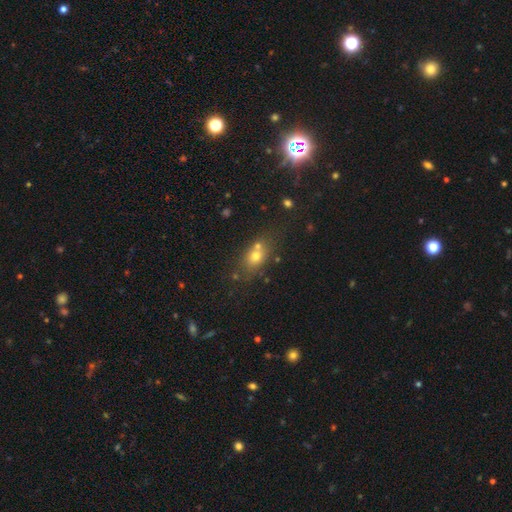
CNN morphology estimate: Q: Smooth or featured?
A: smooth (67%); runner-up: featured or disk (17%)
Q: How rounded?
A: in between (55%); runner-up: round (42%)
Q: Merging?
A: none (55%); runner-up: merger (28%)